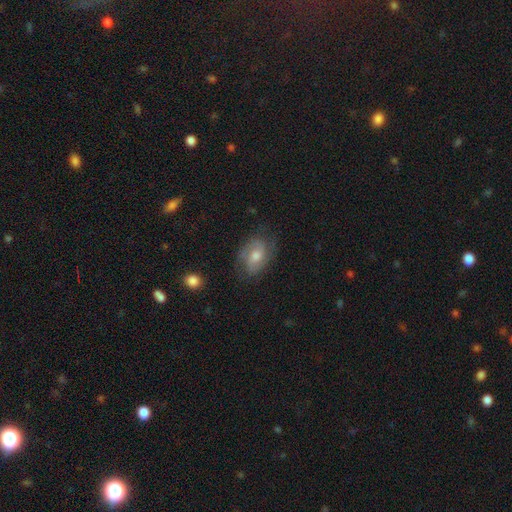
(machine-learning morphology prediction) Smooth or featured? featured or disk (63%)
Edge-on disk? no (96%)
Bar? no (55%)
Spiral arms? yes (87%)
Spiral winding? medium (43%)
Spiral arm count? 2 (72%)
Bulge size? moderate (64%)
Merging? none (73%)